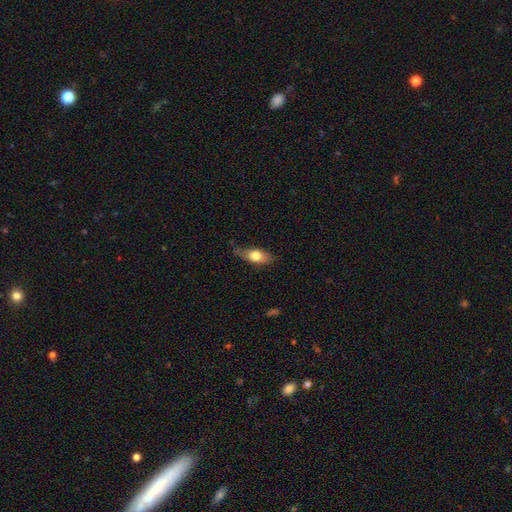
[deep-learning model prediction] smooth-or-featured: smooth: 67% | featured or disk: 27% | star or artifact: 7%
  how-rounded: in between: 74% | cigar-shaped: 20% | round: 7%
  merging: none: 61% | minor disturbance: 29% | major disturbance: 7% | merger: 2%